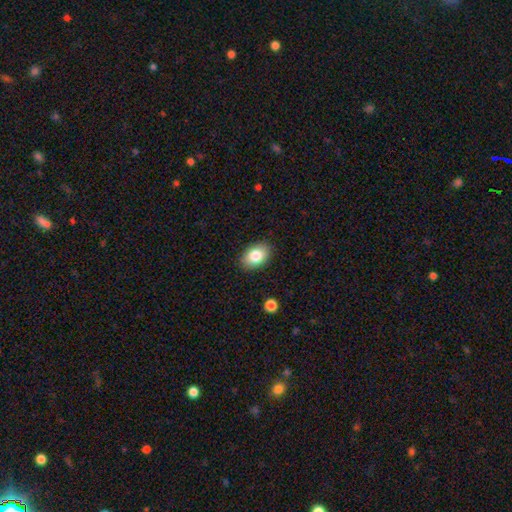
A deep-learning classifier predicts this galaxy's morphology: smooth_or_featured: smooth (p=0.83) [alt: featured or disk p=0.10]
how_rounded: in between (p=0.86) [alt: round p=0.13]
merging: none (p=0.88) [alt: minor disturbance p=0.09]